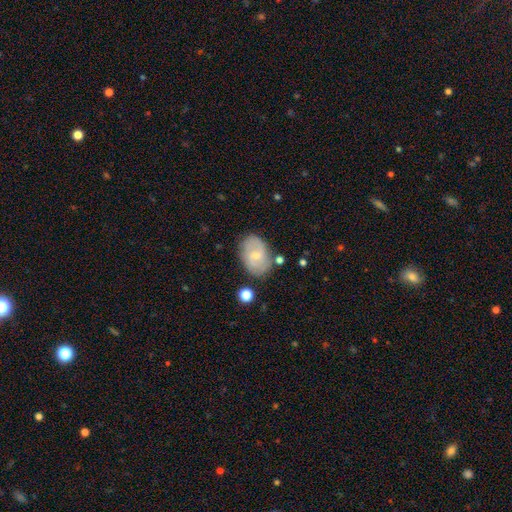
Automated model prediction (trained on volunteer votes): Overall: featured or disk (48%; smooth 45%). Merging: none (73%).